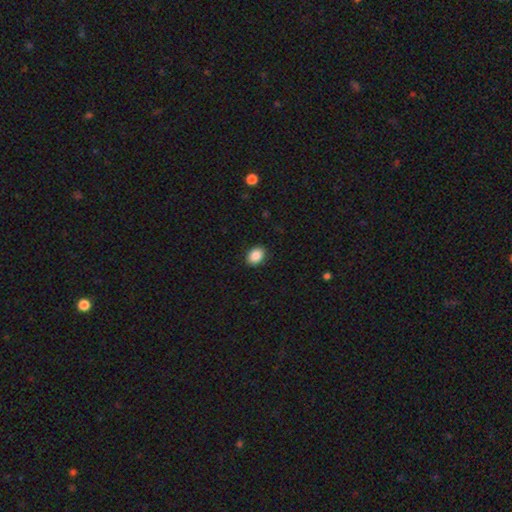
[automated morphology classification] smooth-or-featured: smooth: 88% | star or artifact: 8% | featured or disk: 4%
  how-rounded: in between: 66% | round: 33% | cigar-shaped: 1%
  merging: none: 90% | minor disturbance: 7% | major disturbance: 2% | merger: 1%